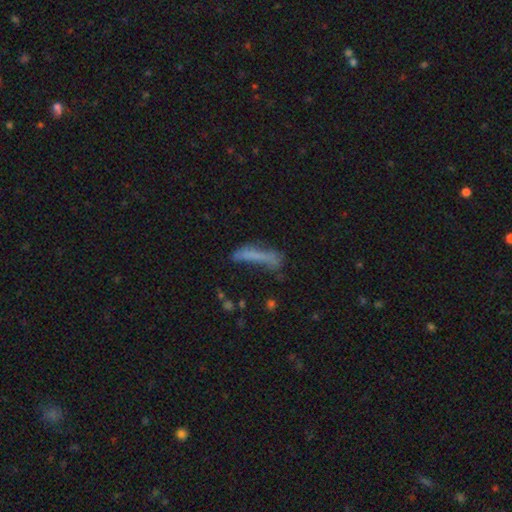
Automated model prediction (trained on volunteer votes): smooth 60%, featured or disk 26%, star or artifact 14%. Down the decision tree: how rounded — cigar-shaped (82%); merging — none (43%).